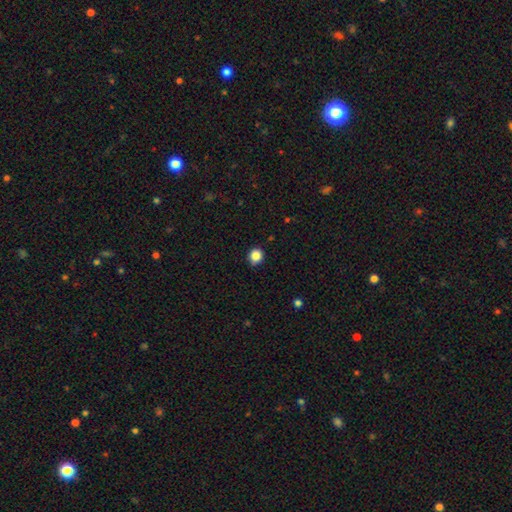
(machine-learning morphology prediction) Smooth or featured? smooth (86%)
How rounded? round (84%)
Merging? none (87%)